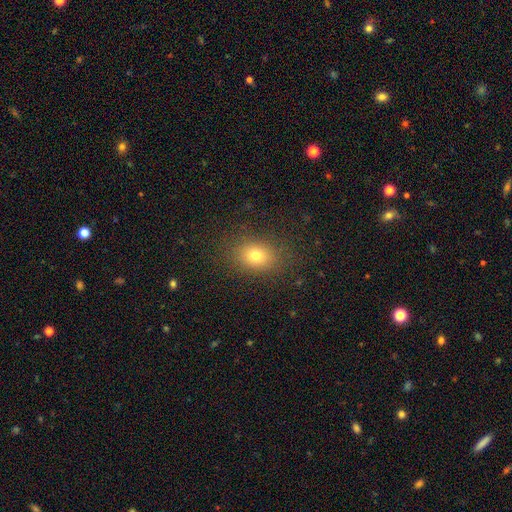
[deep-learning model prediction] Smooth or featured? smooth (76%)
How rounded? in between (57%)
Merging? none (85%)